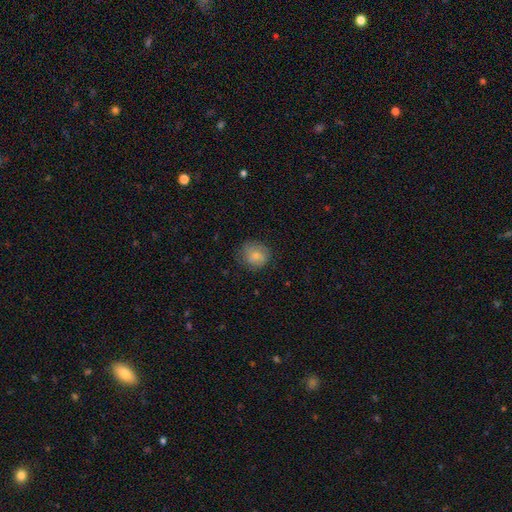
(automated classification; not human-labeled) Smooth or featured? smooth (76%)
How rounded? round (79%)
Merging? none (71%)